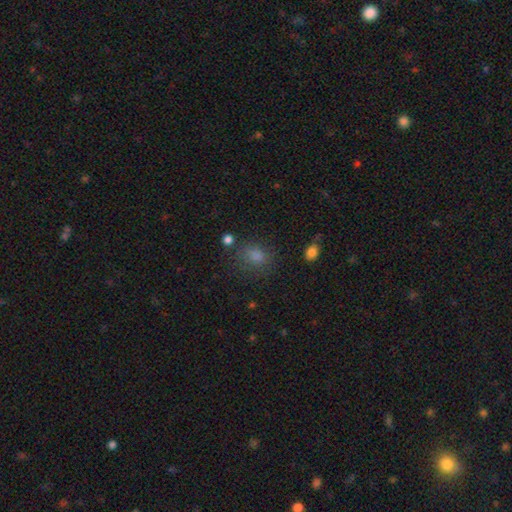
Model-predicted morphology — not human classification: smooth 72%, star or artifact 20%, featured or disk 7%. Down the decision tree: how rounded — round (49%, tied with in between); merging — none (75%).